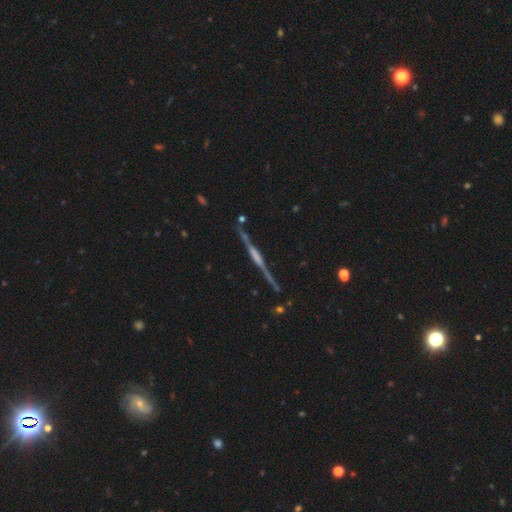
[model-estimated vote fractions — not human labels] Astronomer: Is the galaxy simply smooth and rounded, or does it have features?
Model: featured or disk — 82%.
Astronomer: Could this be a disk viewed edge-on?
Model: yes — 98%.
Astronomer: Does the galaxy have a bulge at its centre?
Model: boxy — 39% (runner-up: rounded, 34%).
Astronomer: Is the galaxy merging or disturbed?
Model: none — 86%.